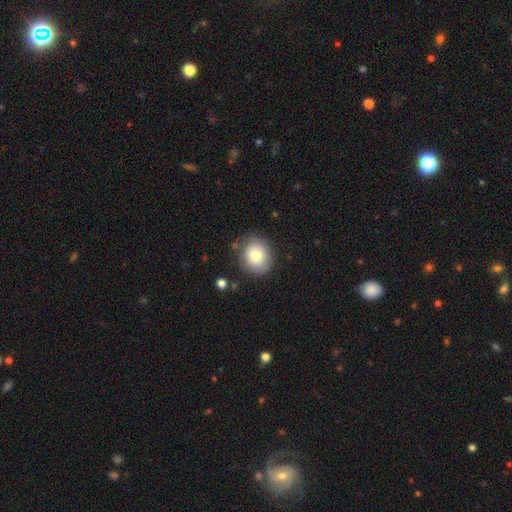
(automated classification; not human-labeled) The model was most divided on "smooth or featured": smooth: 69%, featured or disk: 22%, star or artifact: 9%. More confident: merging — none (79%); how rounded — round (77%).